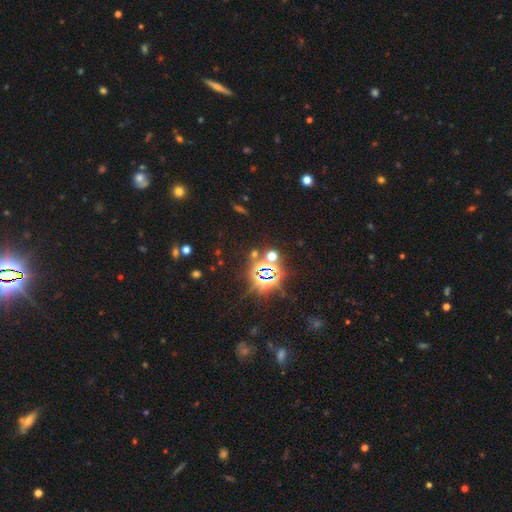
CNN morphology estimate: smooth_or_featured: star or artifact (p=0.80) [alt: smooth p=0.12]